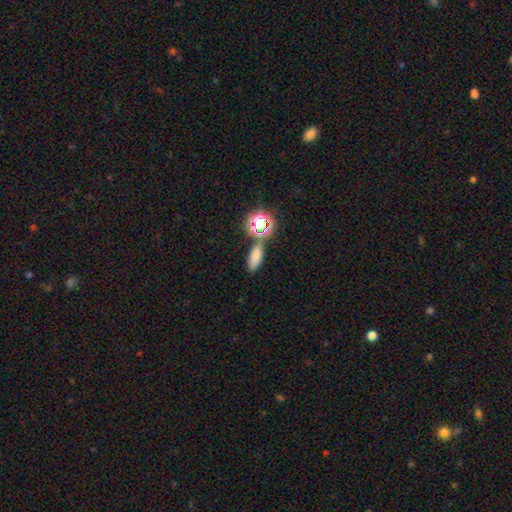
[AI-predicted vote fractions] smooth 71%, star or artifact 21%, featured or disk 8%. Down the decision tree: how rounded — in between (70%); merging — none (74%).